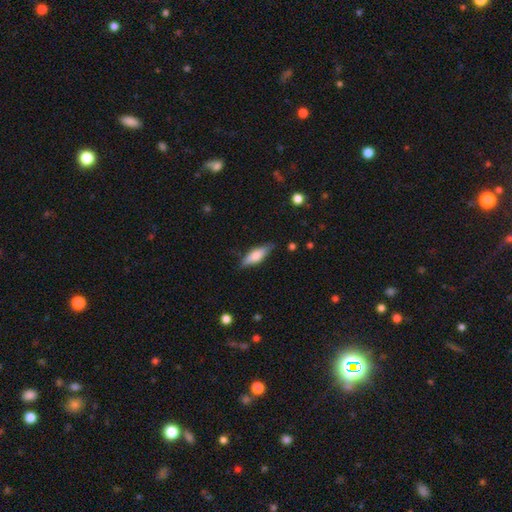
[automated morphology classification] smooth 59%, featured or disk 35%, star or artifact 6%. Down the decision tree: how rounded — in between (51%); merging — none (80%).